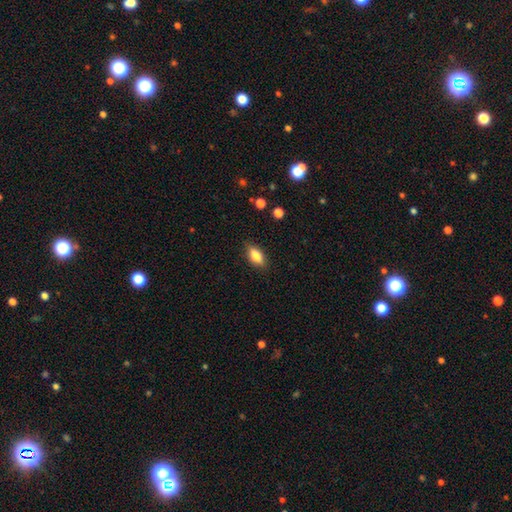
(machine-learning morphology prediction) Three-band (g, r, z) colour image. It shows a smooth galaxy with no disk features (81%) that is in between round and cigar-shaped (83%). Merging: none (85%).